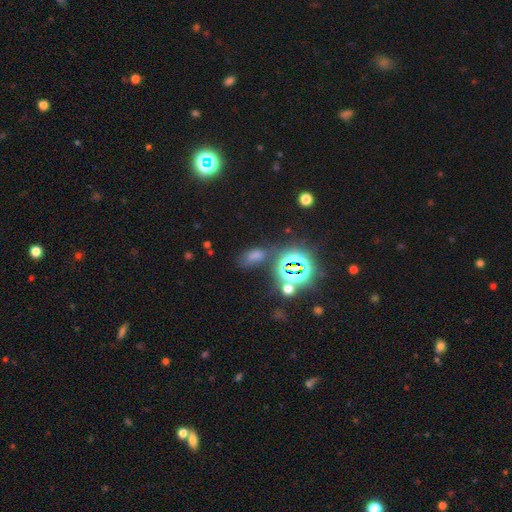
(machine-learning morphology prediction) Smooth or featured? Predicted: smooth (p=0.54). How rounded? Predicted: in between (p=0.82). Merging? Predicted: none (p=0.56).